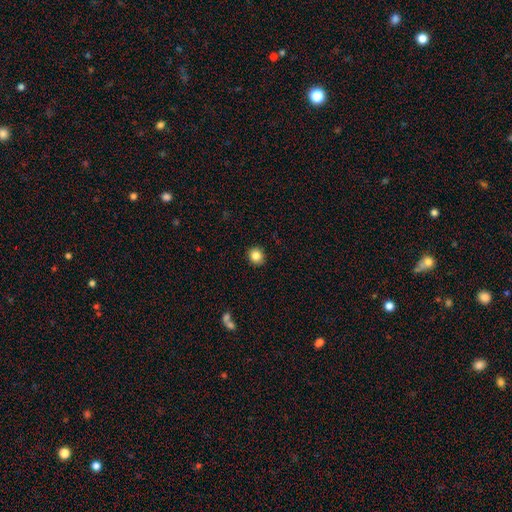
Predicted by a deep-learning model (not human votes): Q: Smooth or featured?
A: smooth (84%); runner-up: star or artifact (10%)
Q: How rounded?
A: round (86%); runner-up: in between (13%)
Q: Merging?
A: none (91%); runner-up: minor disturbance (6%)